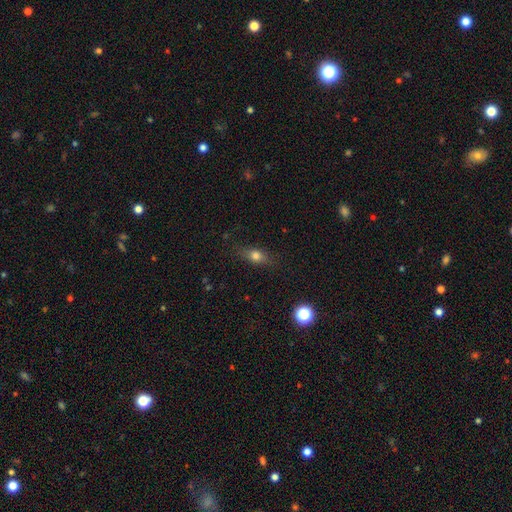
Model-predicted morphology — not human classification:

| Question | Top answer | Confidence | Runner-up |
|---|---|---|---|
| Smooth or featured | smooth | 70% | featured or disk (17%) |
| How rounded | in between | 64% | round (19%) |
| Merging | none | 78% | minor disturbance (15%) |